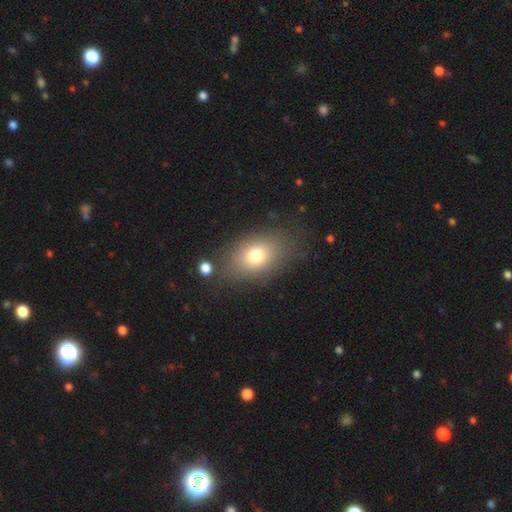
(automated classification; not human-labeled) A smooth galaxy with no disk features (74%) that is in between round and cigar-shaped (76%). Merging: none (73%).